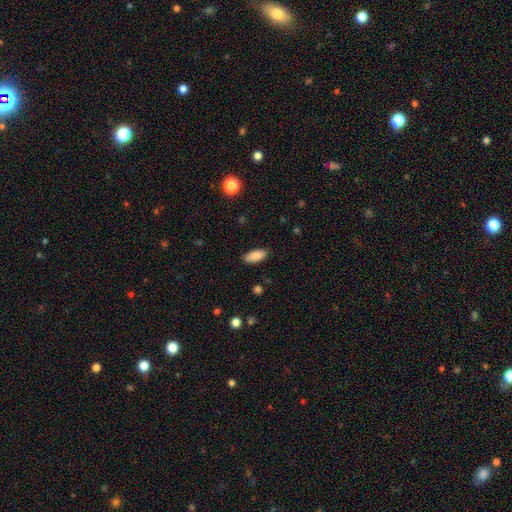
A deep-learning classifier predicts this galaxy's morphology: type=smooth (85%); roundness=in between (85%); merging=none (88%).